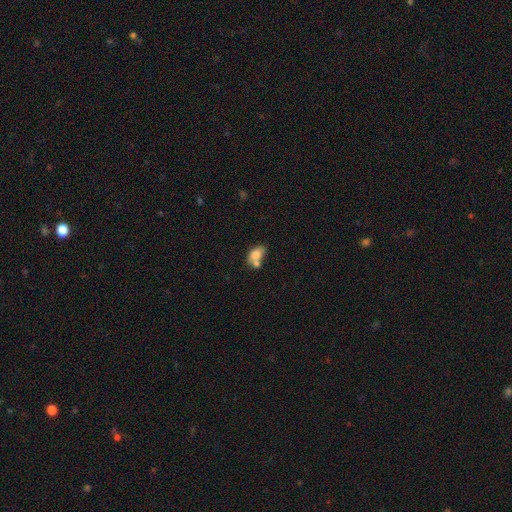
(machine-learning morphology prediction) This is likely a smooth galaxy (76%). How rounded: clearly in between (82%). Merging: possibly merger (45%).